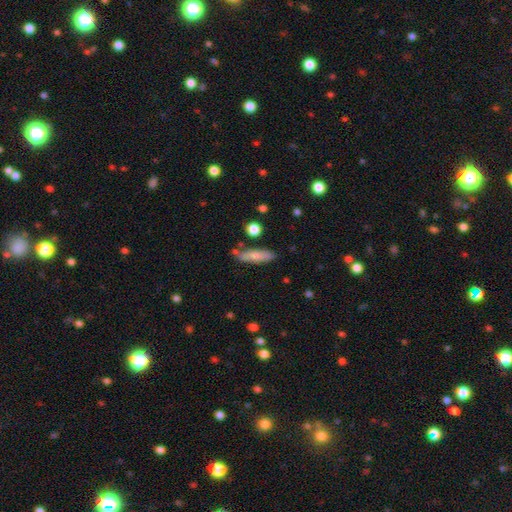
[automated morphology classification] smooth_or_featured: smooth (p=0.69) [alt: featured or disk p=0.24]
how_rounded: cigar-shaped (p=0.65) [alt: in between p=0.32]
merging: none (p=0.76) [alt: minor disturbance p=0.15]